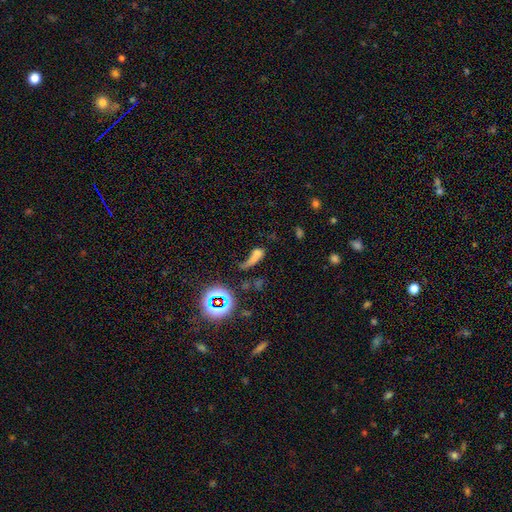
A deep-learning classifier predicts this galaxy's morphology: Smooth or featured? smooth (49%)
Merging? merger (33%)